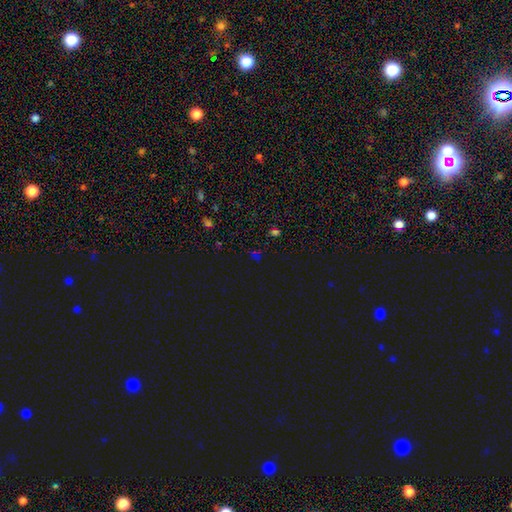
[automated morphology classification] Smooth or featured: star or artifact — 66% (smooth — 26%)